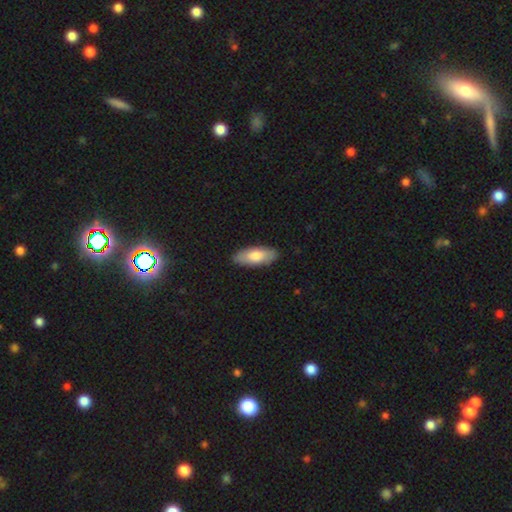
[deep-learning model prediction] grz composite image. It shows a smooth galaxy with no disk features (76%) that is in between round and cigar-shaped (81%). Merging: none (88%).